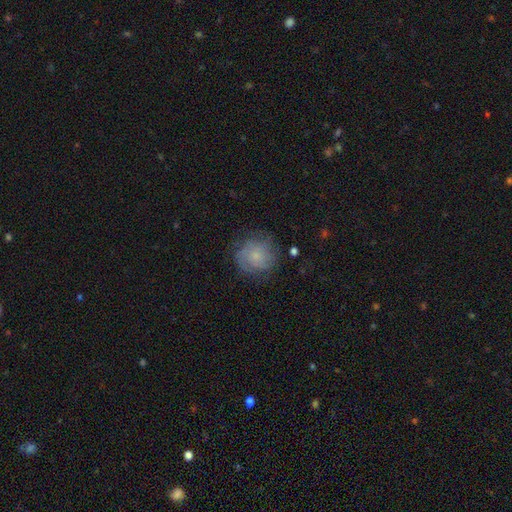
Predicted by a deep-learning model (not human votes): Smooth or featured?
  - smooth: 57% *
  - featured or disk: 34%
  - star or artifact: 9%
How rounded?
  - round: 87% *
  - in between: 12%
  - cigar-shaped: 1%
Merging?
  - none: 70% *
  - minor disturbance: 19%
  - major disturbance: 9%
  - merger: 2%